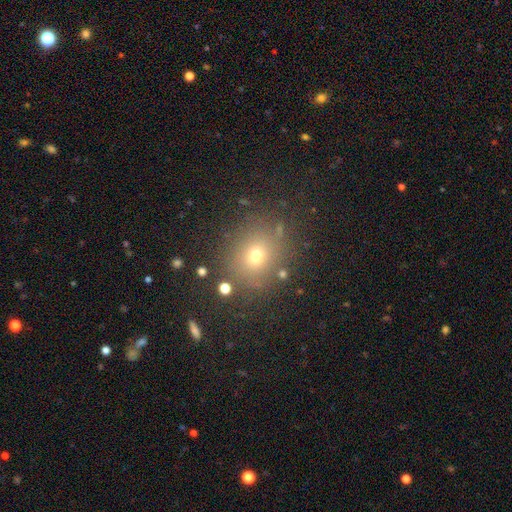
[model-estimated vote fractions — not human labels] Smooth or featured? Predicted: smooth (p=0.66). How rounded? Predicted: round (p=0.75). Merging? Predicted: none (p=0.83).